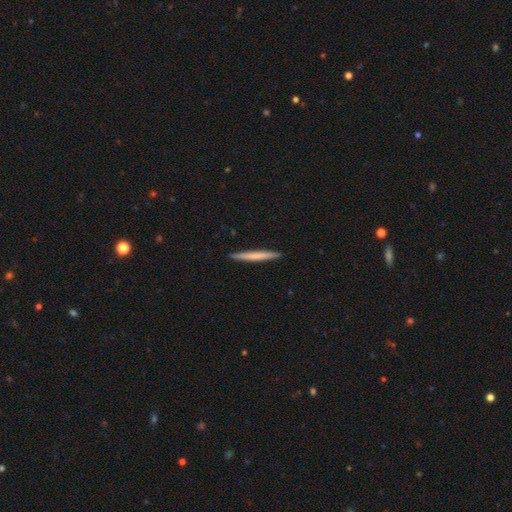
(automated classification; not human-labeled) A smooth galaxy with no disk features (61%) that is cigar-shaped (97%). Merging: none (93%).